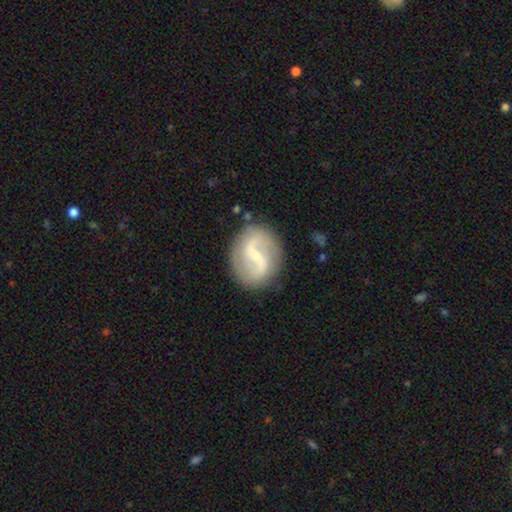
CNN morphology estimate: This appears to be a featured or disk galaxy (79%) with a strong bar (45%), 2 (90%) loose (62%) spiral arms (88%) and a small central bulge (66%). Merging: none (82%).